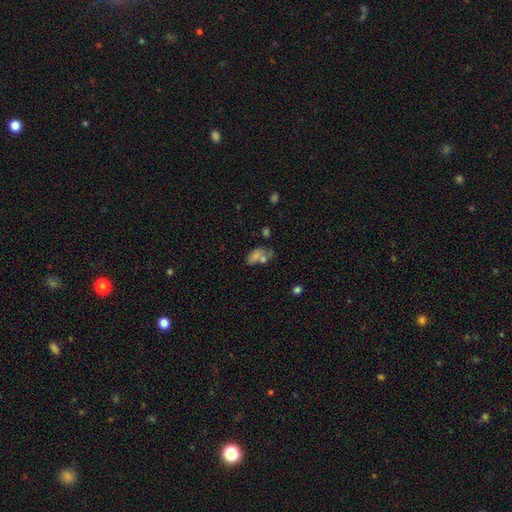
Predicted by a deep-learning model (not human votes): A smooth galaxy with no disk features (56%) that is in between round and cigar-shaped (80%). Merging: none (34%).